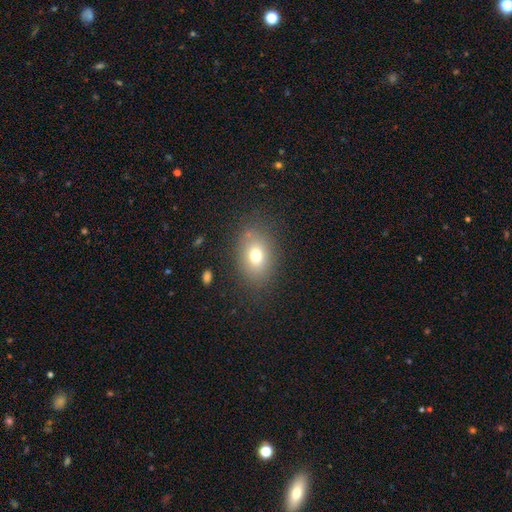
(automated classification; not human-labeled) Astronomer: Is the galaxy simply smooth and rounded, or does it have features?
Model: smooth — 72%.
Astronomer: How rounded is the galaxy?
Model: in between — 71%.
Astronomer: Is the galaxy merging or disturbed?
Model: none — 80%.